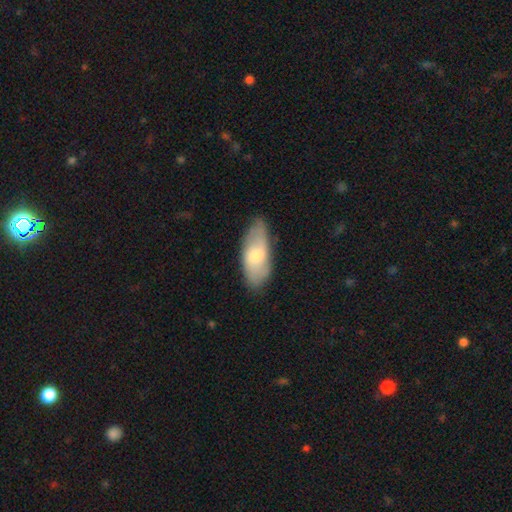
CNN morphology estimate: type=smooth (64%); roundness=in between (83%); merging=none (71%).